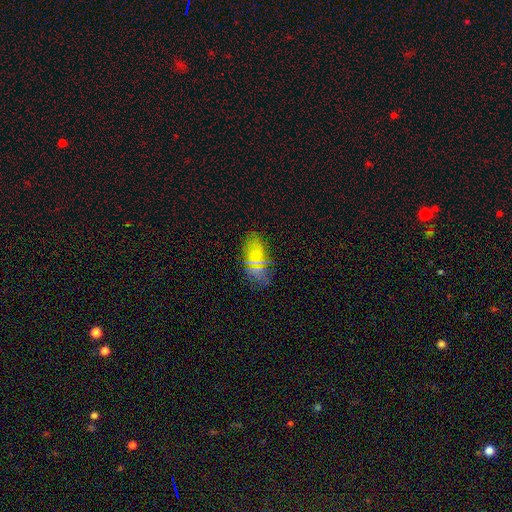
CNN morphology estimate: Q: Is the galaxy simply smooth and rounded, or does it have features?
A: smooth — 64%.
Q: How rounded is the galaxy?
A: in between — 89%.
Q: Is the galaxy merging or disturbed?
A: none — 78%.